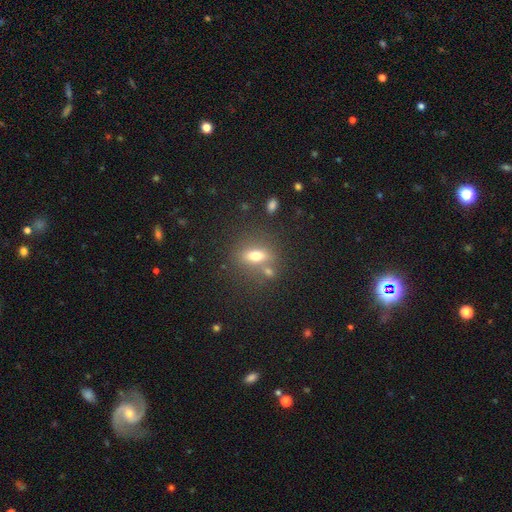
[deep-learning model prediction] Smooth or featured? Predicted: smooth (p=0.65). How rounded? Predicted: in between (p=0.69). Merging? Predicted: none (p=0.67).